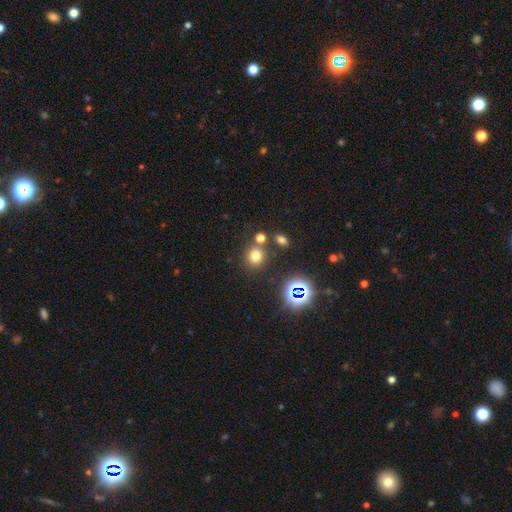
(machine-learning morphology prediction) Q: Smooth or featured?
A: smooth (69%); runner-up: star or artifact (23%)
Q: How rounded?
A: round (85%); runner-up: in between (14%)
Q: Merging?
A: none (75%); runner-up: merger (12%)